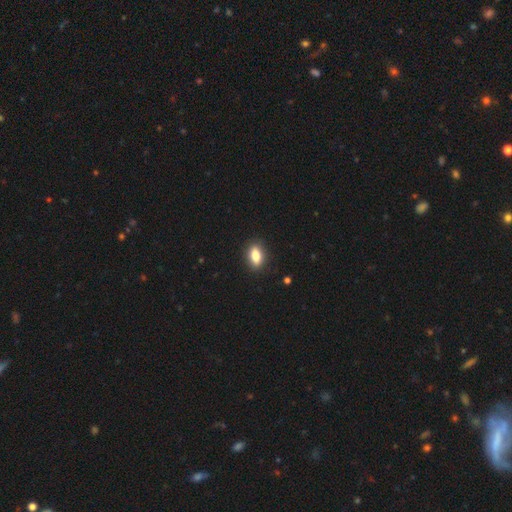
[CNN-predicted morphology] smooth 82%, featured or disk 10%, star or artifact 8%. Down the decision tree: how rounded — in between (83%); merging — none (88%).